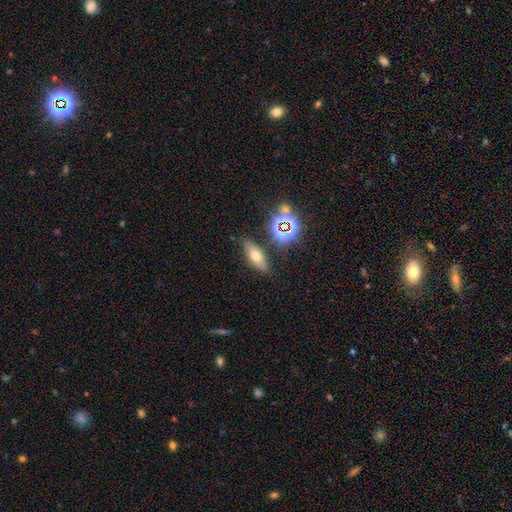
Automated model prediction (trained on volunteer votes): Morphology: type=smooth (56%); roundness=in between (62%); merging=none (80%).